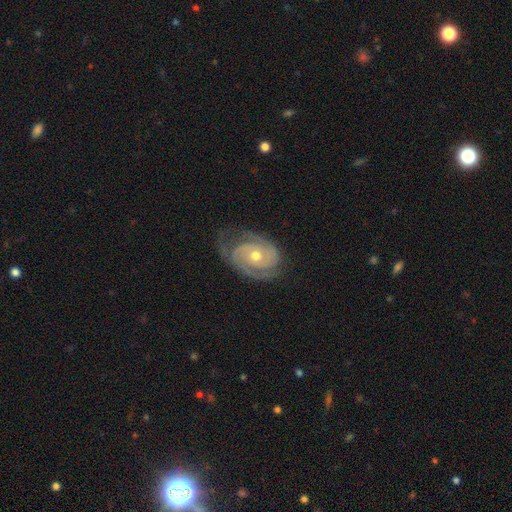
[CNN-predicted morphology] smooth_or_featured: featured or disk (p=0.90) [alt: smooth p=0.06]
disk_edge_on: no (p=0.97) [alt: yes p=0.03]
bar: no (p=0.74) [alt: weak p=0.20]
has_spiral_arms: yes (p=0.97) [alt: no p=0.03]
spiral_winding: tight (p=0.69) [alt: medium p=0.26]
spiral_arm_count: 2 (p=0.75) [alt: 3 p=0.10]
bulge_size: moderate (p=0.66) [alt: small p=0.31]
merging: none (p=0.71) [alt: minor disturbance p=0.20]